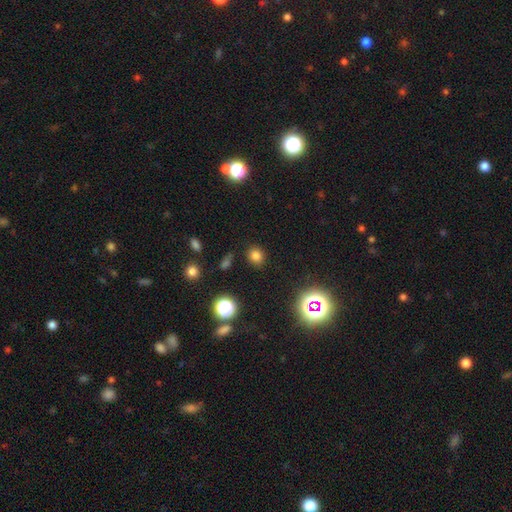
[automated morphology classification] smooth_or_featured: smooth (p=0.75) [alt: star or artifact p=0.19]
how_rounded: round (p=0.74) [alt: in between p=0.25]
merging: none (p=0.85) [alt: minor disturbance p=0.09]